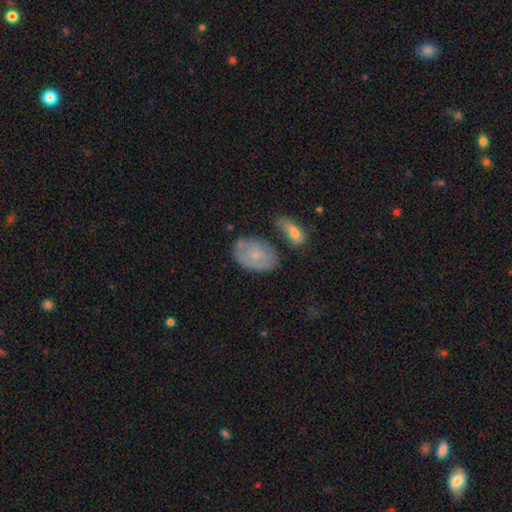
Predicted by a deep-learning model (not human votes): The model was most divided on "smooth or featured": smooth: 57%, featured or disk: 36%, star or artifact: 7%. Remaining: how rounded — in between (83%); merging — none (49%).